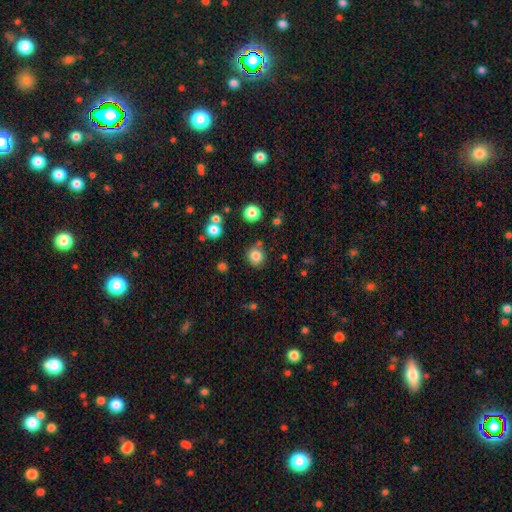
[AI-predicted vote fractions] Smooth or featured: smooth — 82% (star or artifact — 12%)
How rounded: round — 87% (in between — 12%)
Merging: none — 79% (minor disturbance — 12%)